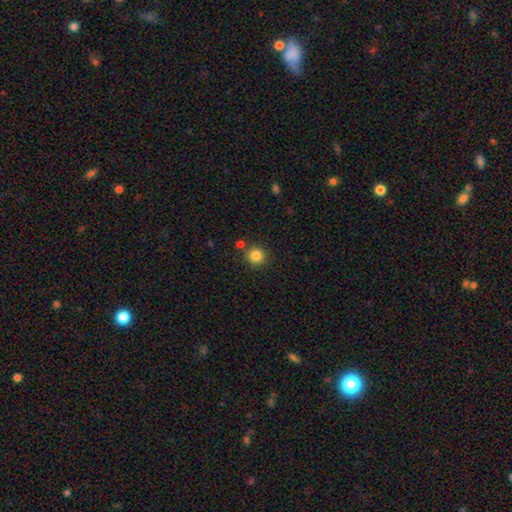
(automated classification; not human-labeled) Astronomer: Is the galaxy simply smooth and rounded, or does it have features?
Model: smooth — 84%.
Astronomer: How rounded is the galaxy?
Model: round — 93%.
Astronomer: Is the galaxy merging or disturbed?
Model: none — 84%.